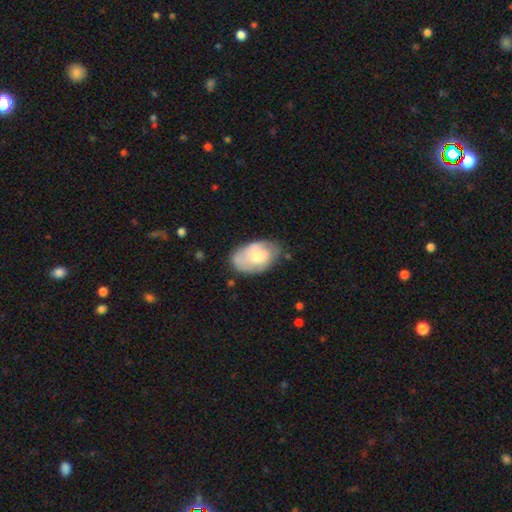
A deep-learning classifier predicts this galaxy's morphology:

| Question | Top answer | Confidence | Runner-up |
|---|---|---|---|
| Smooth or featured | smooth | 60% | featured or disk (33%) |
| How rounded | in between | 90% | round (9%) |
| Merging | none | 61% | minor disturbance (28%) |